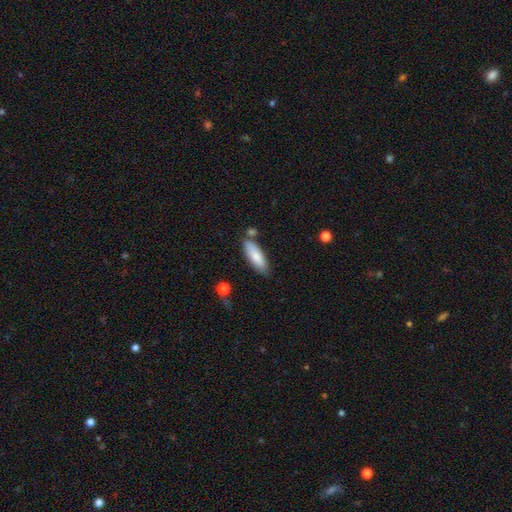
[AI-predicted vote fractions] Morphology: type=smooth (80%); roundness=in between (53%); merging=none (76%).